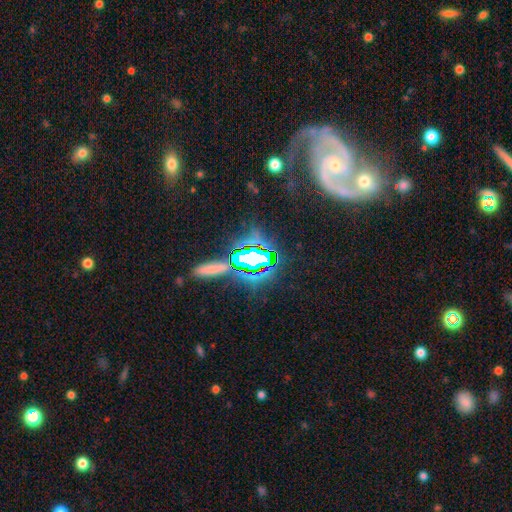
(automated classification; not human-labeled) A featured or disk galaxy (49%).

Vote fractions:
- Smooth or featured? featured or disk: 49% / star or artifact: 34% / smooth: 17%
- Merging? none: 58% / merger: 16% / minor disturbance: 15% / major disturbance: 10%